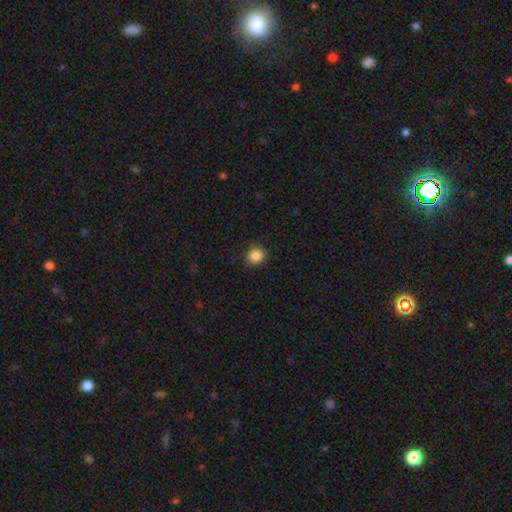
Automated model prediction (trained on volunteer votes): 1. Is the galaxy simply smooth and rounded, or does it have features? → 86% smooth, 10% star or artifact, 4% featured or disk.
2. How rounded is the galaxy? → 88% round, 11% in between, 1% cigar-shaped.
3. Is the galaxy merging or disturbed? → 87% none, 9% minor disturbance, 2% major disturbance, 1% merger.